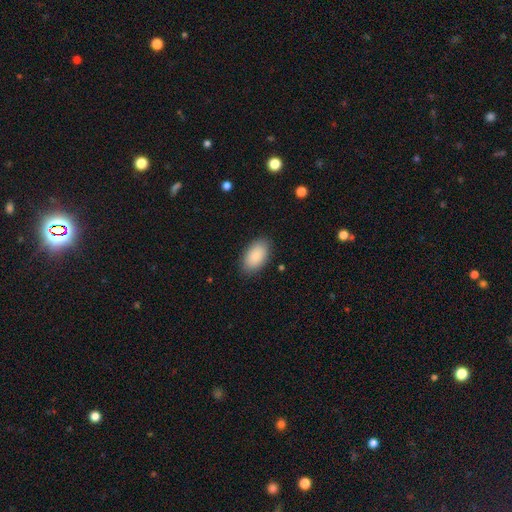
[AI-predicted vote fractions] Overall: smooth (89%). How rounded: in between (95%). Merging: none (87%).